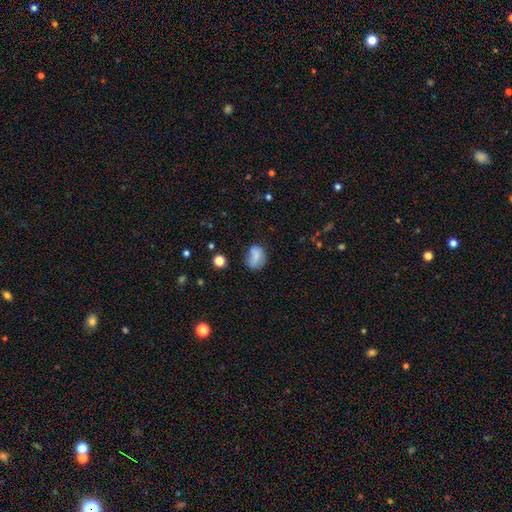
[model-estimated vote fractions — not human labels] Overall: smooth (74%). How rounded: in between (66%; round 32%). Merging: none (51%; minor disturbance 30%).